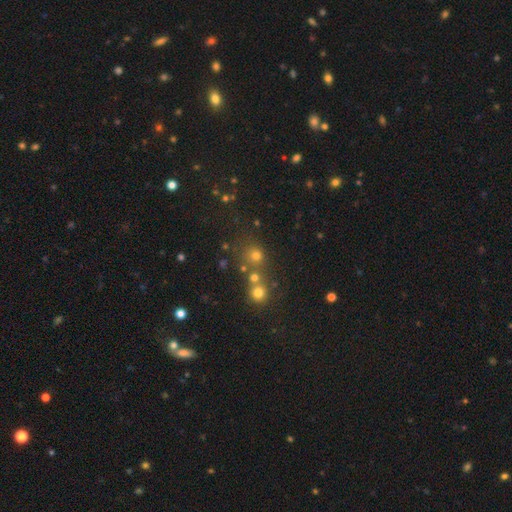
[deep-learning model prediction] A smooth galaxy with no disk features (66%) that is round (88%). Merging: none (62%).